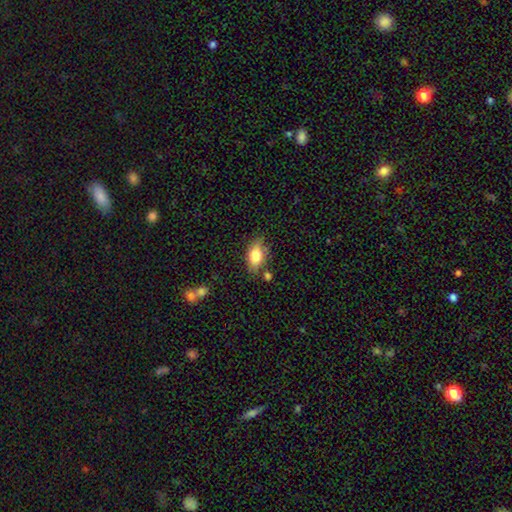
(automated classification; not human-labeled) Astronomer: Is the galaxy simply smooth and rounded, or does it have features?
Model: smooth — 78%.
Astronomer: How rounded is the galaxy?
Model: in between — 87%.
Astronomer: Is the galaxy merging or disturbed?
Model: none — 71%.